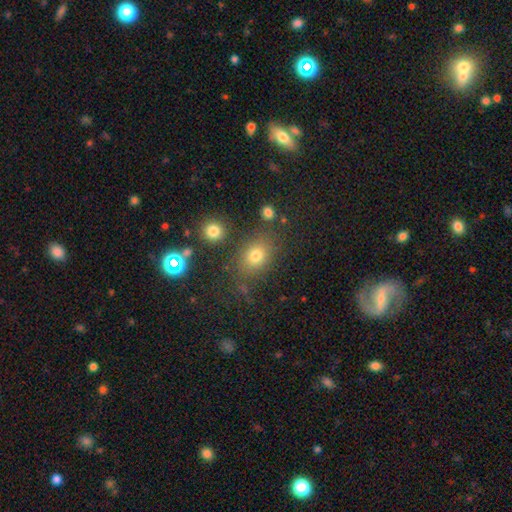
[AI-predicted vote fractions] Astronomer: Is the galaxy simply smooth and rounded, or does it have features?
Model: smooth — 71%.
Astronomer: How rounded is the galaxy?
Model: in between — 56% (runner-up: round, 42%).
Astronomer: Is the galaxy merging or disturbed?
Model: none — 76%.